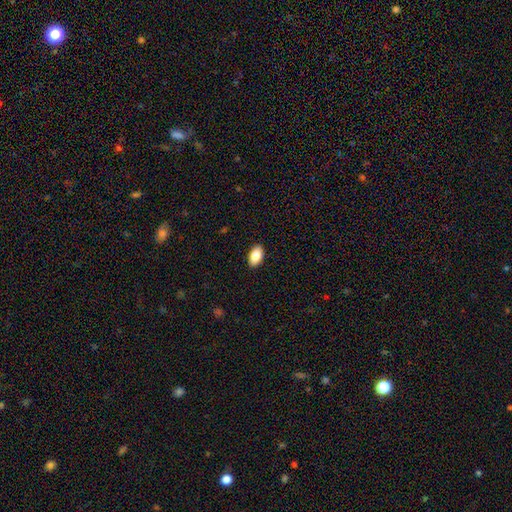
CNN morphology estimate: A smooth galaxy with no disk features (84%) that is in between round and cigar-shaped (93%). Merging: none (90%).